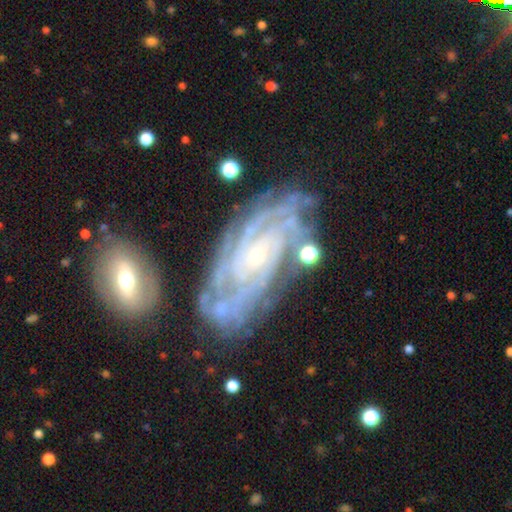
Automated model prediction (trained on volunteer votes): Smooth or featured: featured or disk — 90% (star or artifact — 6%)
Edge-on disk: no — 95% (yes — 5%)
Bar: no — 65% (weak — 25%)
Spiral arms: yes — 98% (no — 2%)
Spiral winding: tight — 77% (medium — 19%)
Spiral arm count: 4 — 25% (can't tell — 23%)
Bulge size: small — 82% (moderate — 13%)
Merging: none — 67% (minor disturbance — 18%)